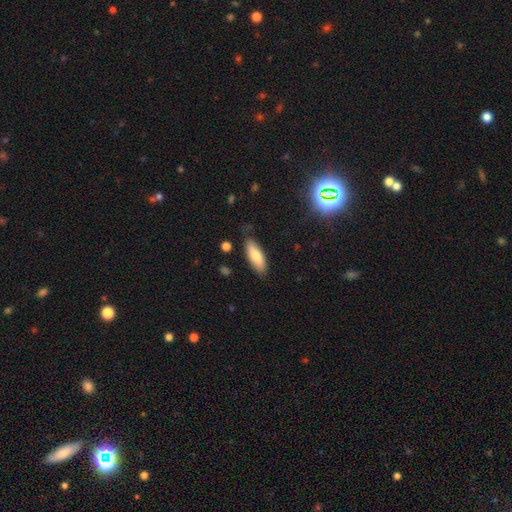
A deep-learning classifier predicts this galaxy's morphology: A smooth galaxy with no disk features (75%) that is in between round and cigar-shaped (68%).

Vote fractions:
- Smooth or featured? smooth: 75% / featured or disk: 19% / star or artifact: 6%
- How rounded? in between: 68% / cigar-shaped: 30% / round: 2%
- Merging? none: 79% / minor disturbance: 16% / major disturbance: 3% / merger: 2%